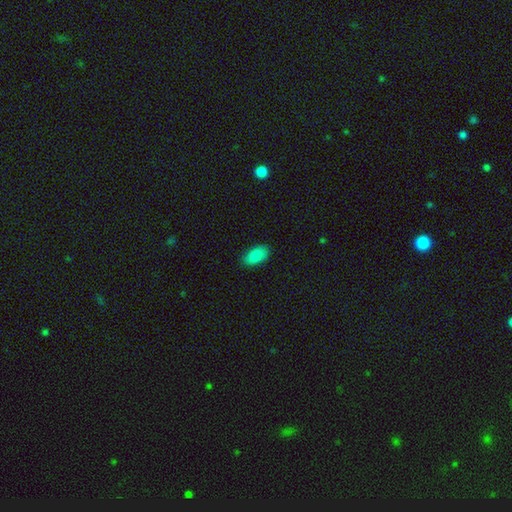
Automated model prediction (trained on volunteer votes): smooth-or-featured: smooth: 88% | star or artifact: 7% | featured or disk: 4%
  how-rounded: in between: 93% | cigar-shaped: 3% | round: 3%
  merging: none: 84% | minor disturbance: 12% | major disturbance: 3% | merger: 1%